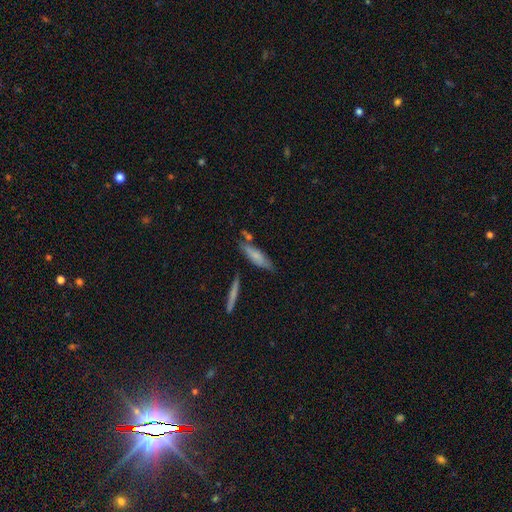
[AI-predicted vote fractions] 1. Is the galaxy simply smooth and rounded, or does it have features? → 64% smooth, 29% featured or disk, 7% star or artifact.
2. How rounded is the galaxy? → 64% cigar-shaped, 34% in between, 2% round.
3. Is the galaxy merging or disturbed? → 63% none, 21% minor disturbance, 11% merger, 5% major disturbance.